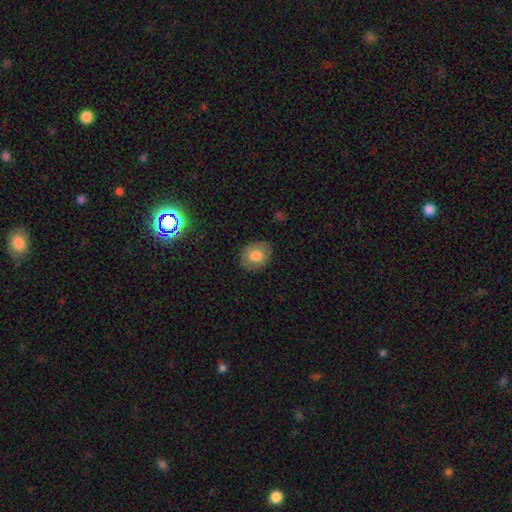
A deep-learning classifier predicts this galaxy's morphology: This appears to be a smooth galaxy with no disk features (76%) that is round (58%). Merging: none (84%).